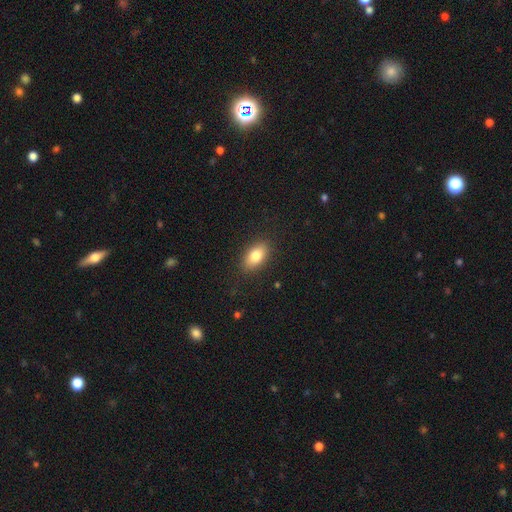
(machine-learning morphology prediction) type=smooth (81%); roundness=in between (89%); merging=none (87%).